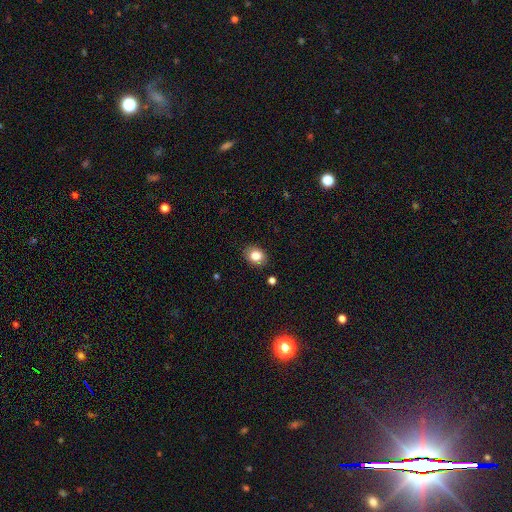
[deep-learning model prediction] Smooth or featured: smooth — 82% (star or artifact — 10%)
How rounded: in between — 58% (round — 41%)
Merging: none — 87% (minor disturbance — 9%)